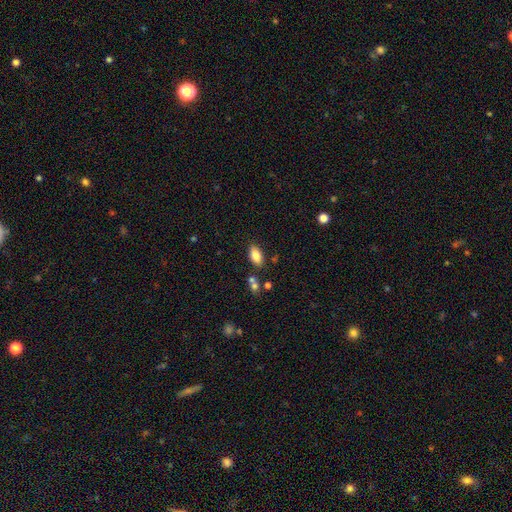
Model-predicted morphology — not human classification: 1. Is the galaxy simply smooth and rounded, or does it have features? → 82% smooth, 9% featured or disk, 8% star or artifact.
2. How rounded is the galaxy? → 91% in between, 5% cigar-shaped, 4% round.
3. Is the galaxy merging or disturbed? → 79% none, 12% minor disturbance, 6% merger, 3% major disturbance.